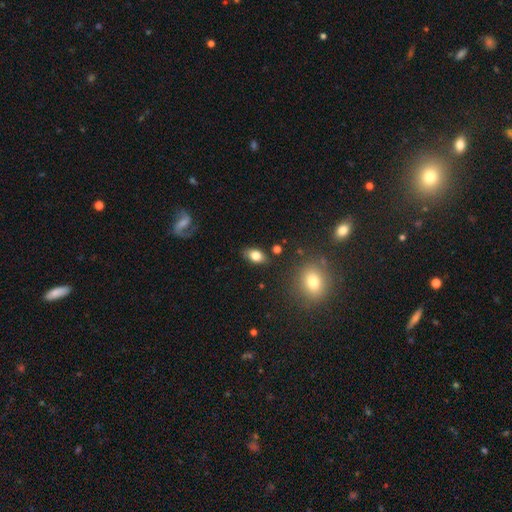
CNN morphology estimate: smooth_or_featured: smooth (p=0.79) [alt: featured or disk p=0.12]
how_rounded: in between (p=0.85) [alt: round p=0.12]
merging: none (p=0.82) [alt: minor disturbance p=0.12]